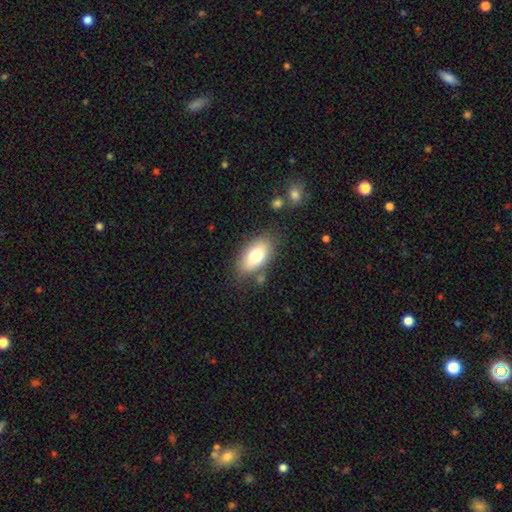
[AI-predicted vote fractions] Overall: smooth (73%). How rounded: in between (91%). Merging: none (77%).